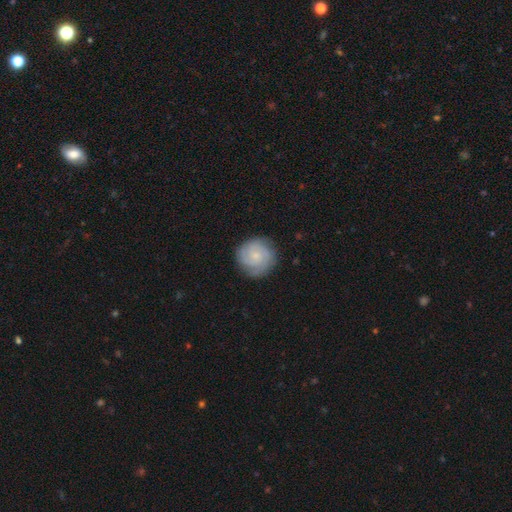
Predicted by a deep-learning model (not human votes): Q: Smooth or featured?
A: featured or disk (65%); runner-up: smooth (29%)
Q: Edge-on disk?
A: no (98%); runner-up: yes (2%)
Q: Bar?
A: no (73%); runner-up: weak (24%)
Q: Spiral arms?
A: yes (94%); runner-up: no (6%)
Q: Spiral winding?
A: tight (67%); runner-up: medium (27%)
Q: Spiral arm count?
A: 3 (32%); runner-up: can't tell (26%)
Q: Bulge size?
A: small (66%); runner-up: moderate (20%)
Q: Merging?
A: none (82%); runner-up: minor disturbance (13%)